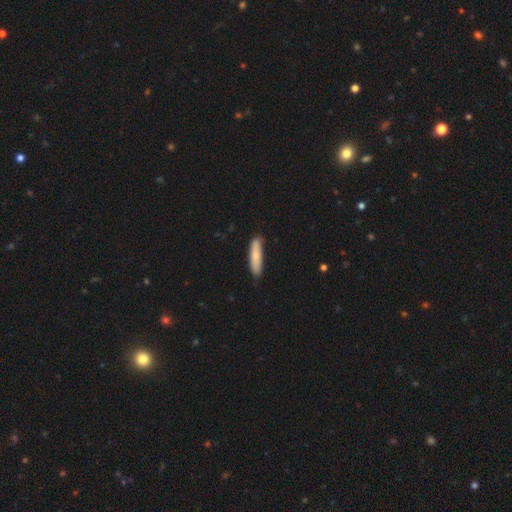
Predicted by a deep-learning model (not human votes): Smooth or featured?
  - smooth: 77% *
  - featured or disk: 18%
  - star or artifact: 5%
How rounded?
  - cigar-shaped: 81% *
  - in between: 18%
  - round: 1%
Merging?
  - none: 84% *
  - minor disturbance: 13%
  - major disturbance: 2%
  - merger: 1%